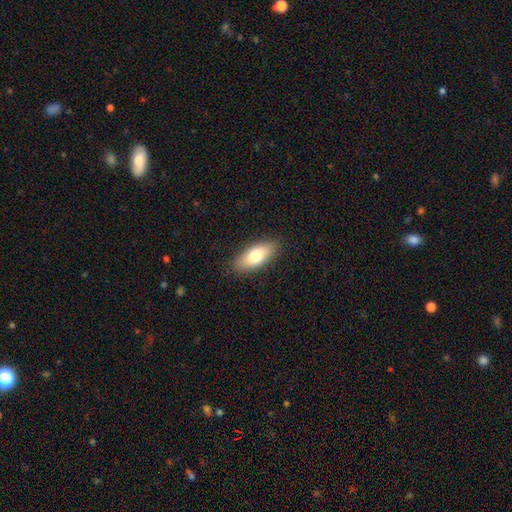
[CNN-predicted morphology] Smooth or featured: smooth — 76% (featured or disk — 18%)
How rounded: in between — 79% (cigar-shaped — 18%)
Merging: none — 88% (minor disturbance — 9%)